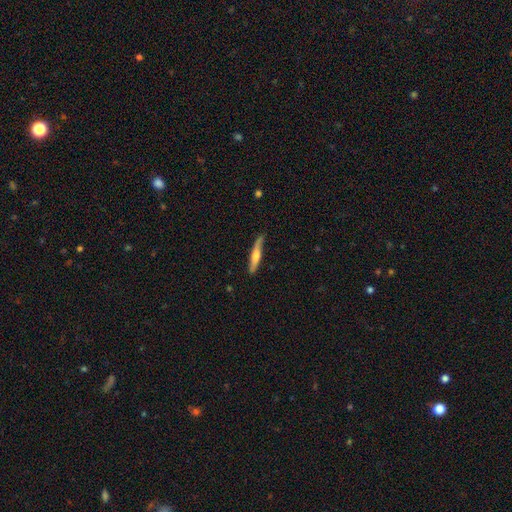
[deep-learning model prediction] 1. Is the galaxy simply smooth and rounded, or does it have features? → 49% smooth, 46% featured or disk, 5% star or artifact.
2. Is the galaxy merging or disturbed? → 76% none, 19% minor disturbance, 3% major disturbance, 2% merger.